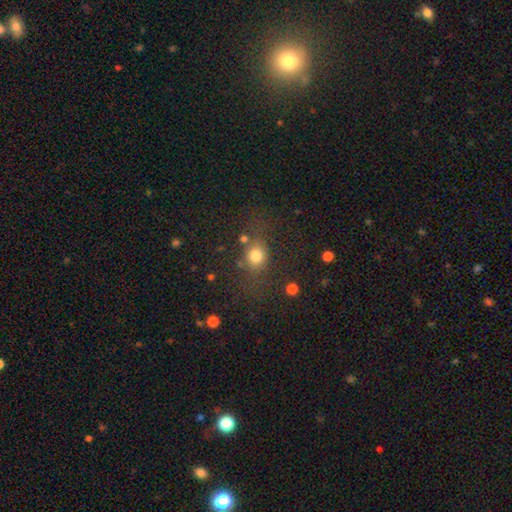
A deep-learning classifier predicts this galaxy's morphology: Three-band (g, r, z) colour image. It shows a smooth galaxy with no disk features (76%) that is round (63%). Merging: none (66%).